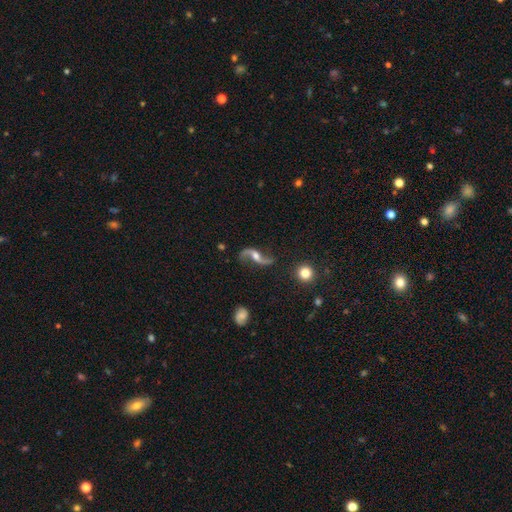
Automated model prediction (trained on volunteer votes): Morphology: type=featured or disk (90%); edge-on=no (95%); bar=no (51%); spiral arms=yes (97%); winding=loose (92%); arm count=2 (94%); bulge=moderate (58%); merging=none (78%).